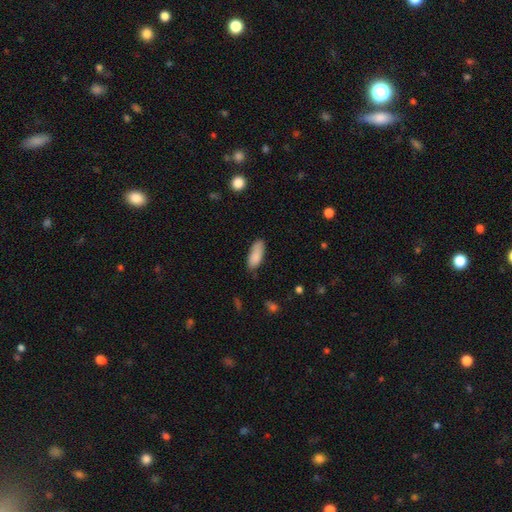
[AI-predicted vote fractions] Smooth or featured: smooth — 87% (featured or disk — 7%)
How rounded: in between — 77% (cigar-shaped — 22%)
Merging: none — 71% (minor disturbance — 23%)